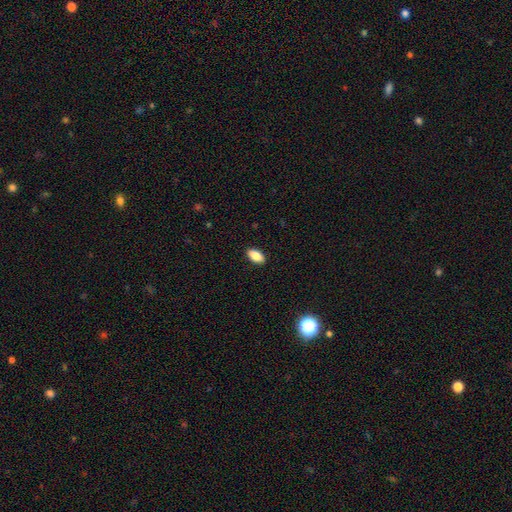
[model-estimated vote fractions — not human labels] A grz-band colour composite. It shows a smooth galaxy with no disk features (84%) that is in between round and cigar-shaped (90%). Merging: none (90%).